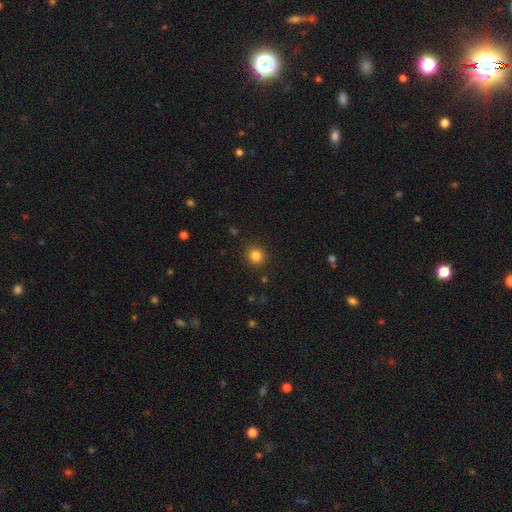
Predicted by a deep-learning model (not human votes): Smooth or featured?
  - smooth: 84% *
  - star or artifact: 12%
  - featured or disk: 4%
How rounded?
  - round: 90% *
  - in between: 9%
  - cigar-shaped: 1%
Merging?
  - none: 91% *
  - minor disturbance: 6%
  - major disturbance: 2%
  - merger: 1%